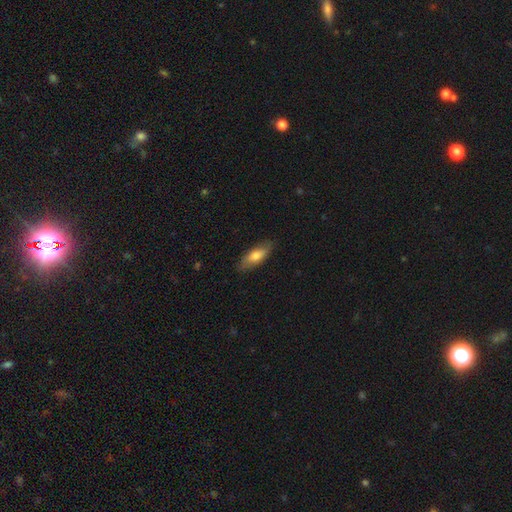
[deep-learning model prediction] Overall: smooth (72%). How rounded: in between (66%; cigar-shaped 32%). Merging: none (82%).